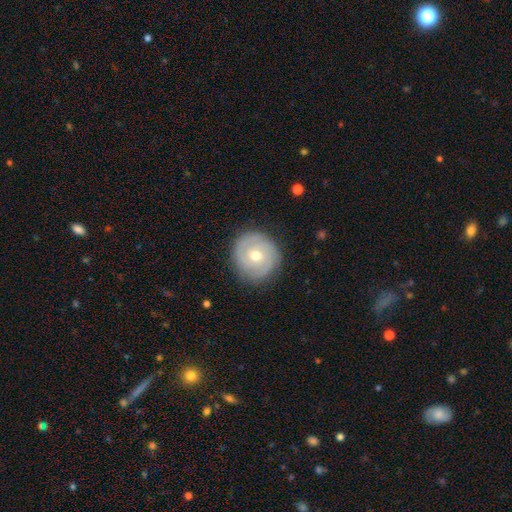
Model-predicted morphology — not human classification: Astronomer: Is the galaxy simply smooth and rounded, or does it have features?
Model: featured or disk — 67%.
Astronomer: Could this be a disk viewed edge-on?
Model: no — 97%.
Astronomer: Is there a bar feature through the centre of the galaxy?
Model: no — 73%.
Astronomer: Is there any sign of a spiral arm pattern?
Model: yes — 81%.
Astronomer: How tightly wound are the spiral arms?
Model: tight — 70%.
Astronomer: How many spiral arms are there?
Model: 2 — 50%.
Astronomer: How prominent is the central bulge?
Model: moderate — 62%.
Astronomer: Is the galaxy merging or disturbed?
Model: none — 85%.